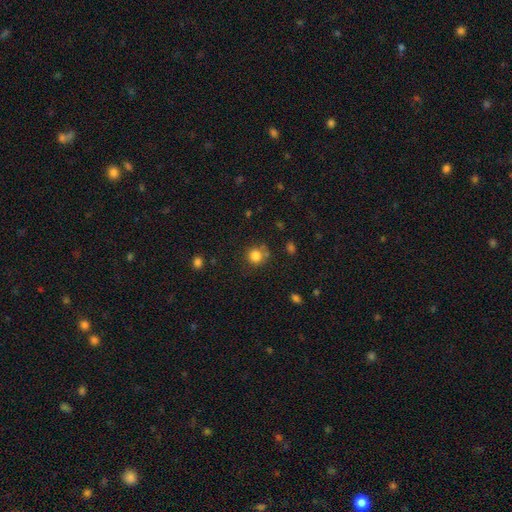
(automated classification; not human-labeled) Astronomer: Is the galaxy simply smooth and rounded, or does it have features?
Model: smooth — 82%.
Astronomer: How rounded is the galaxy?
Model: round — 88%.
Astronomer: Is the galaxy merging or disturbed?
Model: none — 68%.